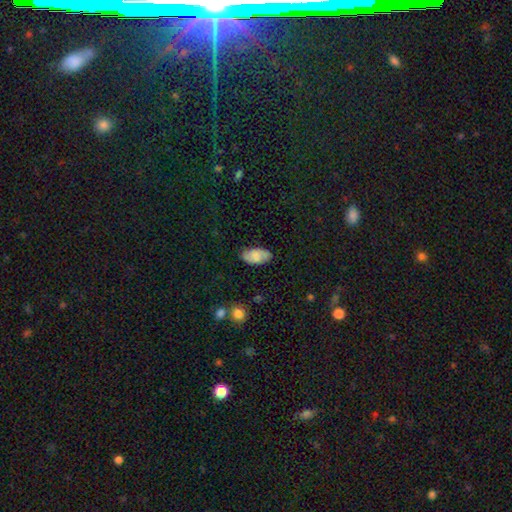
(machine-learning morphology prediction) A smooth galaxy with no disk features (58%) that is in between round and cigar-shaped (94%). Merging: none (77%).